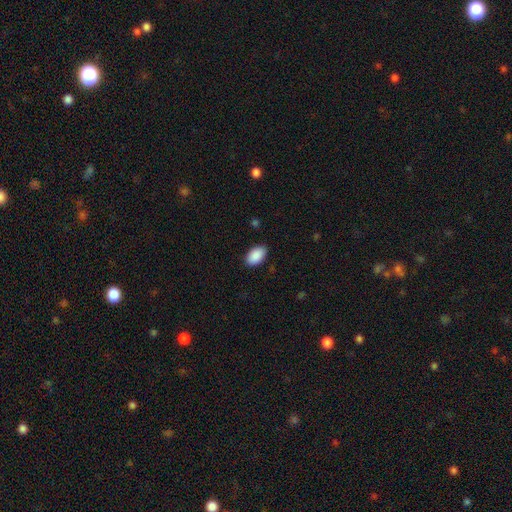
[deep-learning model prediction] The model was most divided on "merging": none: 87%, minor disturbance: 10%, major disturbance: 2%, merger: 1%. More confident: how rounded — in between (94%); smooth or featured — smooth (91%).